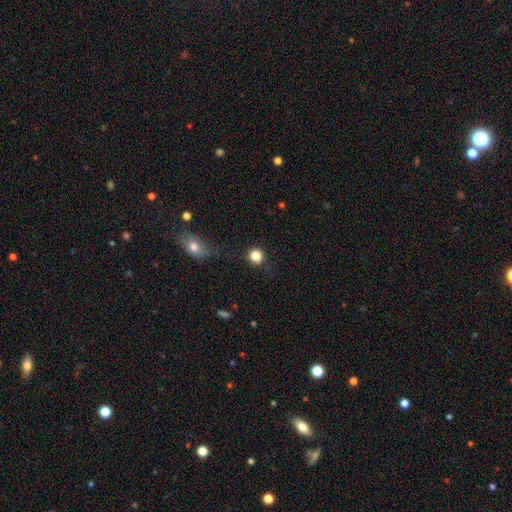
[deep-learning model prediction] This appears to be a smooth galaxy with no disk features (84%) that is round (91%). Merging: none (84%).